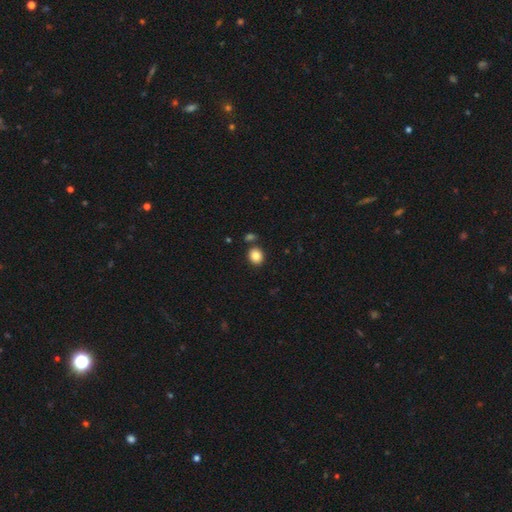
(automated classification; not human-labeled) Q: Smooth or featured?
A: smooth (85%); runner-up: star or artifact (9%)
Q: How rounded?
A: round (66%); runner-up: in between (33%)
Q: Merging?
A: none (81%); runner-up: merger (9%)